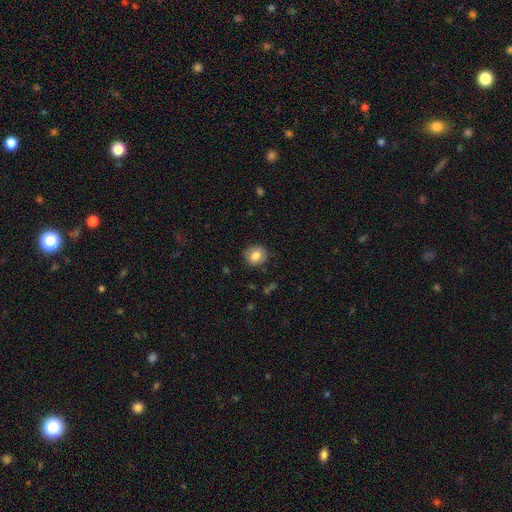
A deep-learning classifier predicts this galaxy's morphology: This is likely a smooth galaxy (78%). How rounded: likely round (76%). Merging: clearly none (83%).